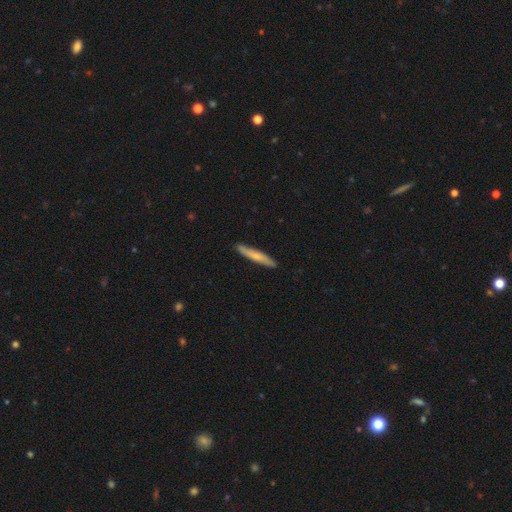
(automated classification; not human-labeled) Morphology: type=smooth (64%); roundness=cigar-shaped (94%); merging=none (89%).